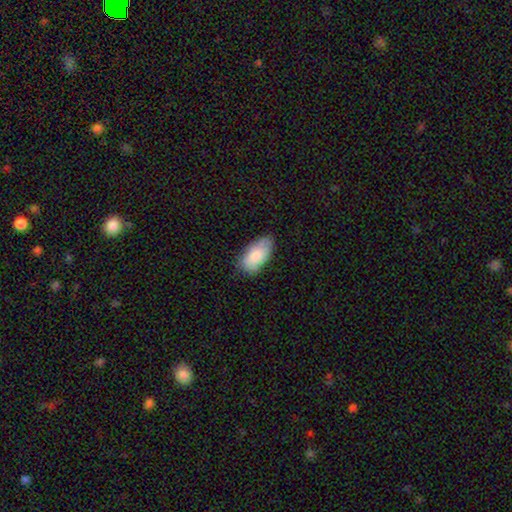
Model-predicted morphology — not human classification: smooth_or_featured: smooth (p=0.84) [alt: featured or disk p=0.10]
how_rounded: in between (p=0.94) [alt: cigar-shaped p=0.03]
merging: none (p=0.76) [alt: minor disturbance p=0.19]